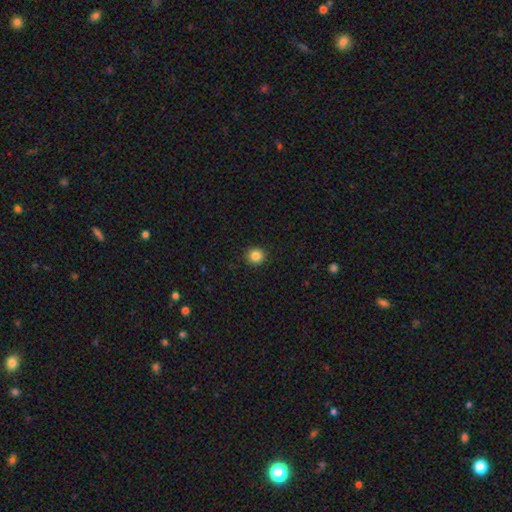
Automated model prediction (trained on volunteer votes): Smooth or featured: smooth — 85% (star or artifact — 11%)
How rounded: round — 92% (in between — 7%)
Merging: none — 92% (minor disturbance — 5%)